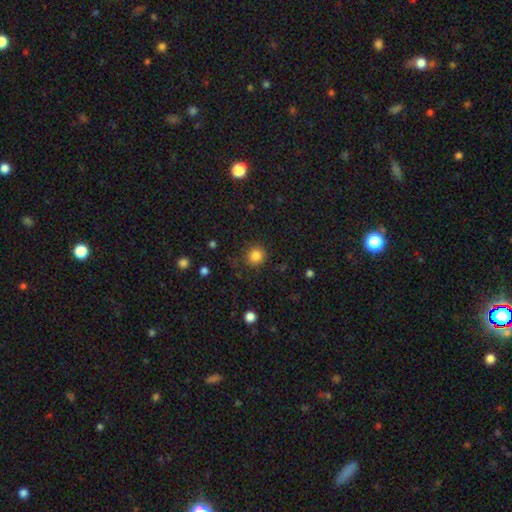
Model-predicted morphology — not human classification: Q: Smooth or featured?
A: smooth (83%); runner-up: star or artifact (12%)
Q: How rounded?
A: round (89%); runner-up: in between (10%)
Q: Merging?
A: none (85%); runner-up: minor disturbance (10%)